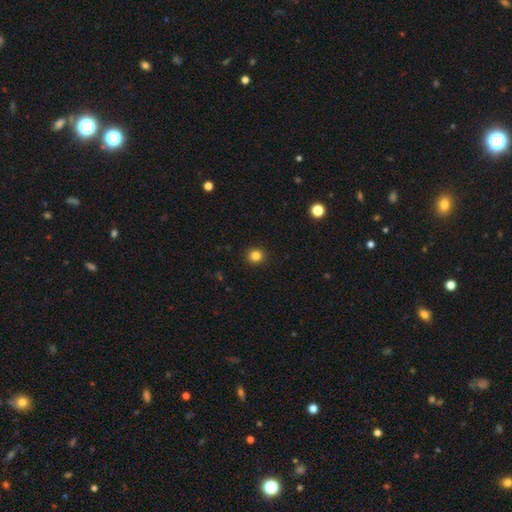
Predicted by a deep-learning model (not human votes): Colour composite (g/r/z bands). It shows a smooth galaxy with no disk features (83%) that is round (86%). Merging: none (91%).